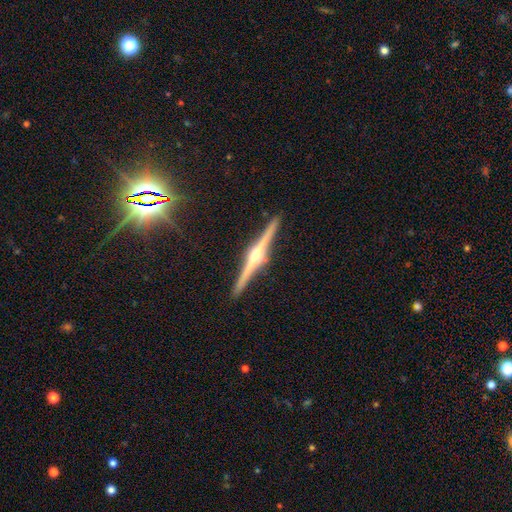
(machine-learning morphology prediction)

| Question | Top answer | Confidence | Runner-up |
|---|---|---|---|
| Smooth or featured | featured or disk | 87% | smooth (6%) |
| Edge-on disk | yes | 99% | no (1%) |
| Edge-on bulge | rounded | 91% | boxy (6%) |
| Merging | none | 92% | minor disturbance (5%) |